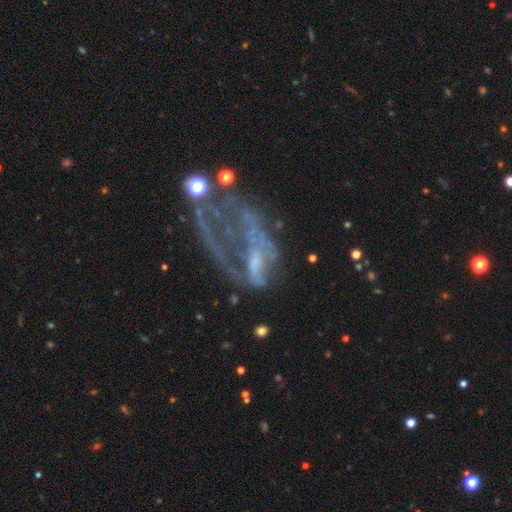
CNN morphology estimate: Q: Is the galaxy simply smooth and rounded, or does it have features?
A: featured or disk — 64%.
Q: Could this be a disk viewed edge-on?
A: no — 95%.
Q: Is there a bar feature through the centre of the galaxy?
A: no — 72%.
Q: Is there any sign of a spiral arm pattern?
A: no — 71%.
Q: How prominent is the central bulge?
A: none — 55%.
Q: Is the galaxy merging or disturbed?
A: major disturbance — 55%.